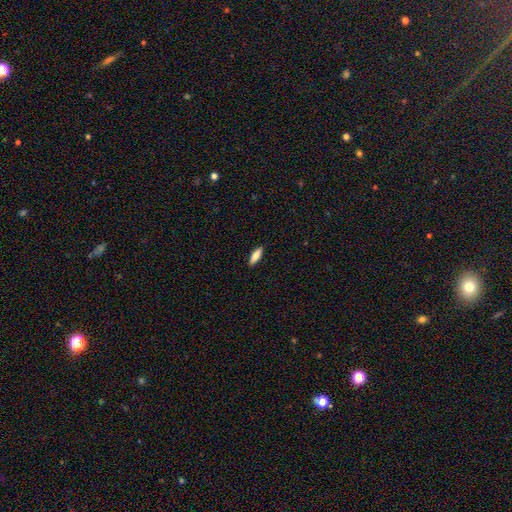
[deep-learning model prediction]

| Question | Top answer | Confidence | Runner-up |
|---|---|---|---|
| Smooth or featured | smooth | 81% | featured or disk (12%) |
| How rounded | in between | 49% | cigar-shaped (48%) |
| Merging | none | 90% | minor disturbance (8%) |